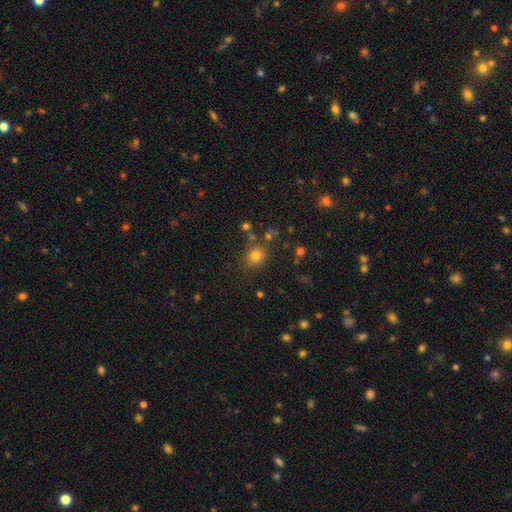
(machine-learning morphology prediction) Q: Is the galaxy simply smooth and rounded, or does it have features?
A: smooth — 77%.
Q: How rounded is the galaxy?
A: round — 77%.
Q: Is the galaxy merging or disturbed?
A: none — 77%.